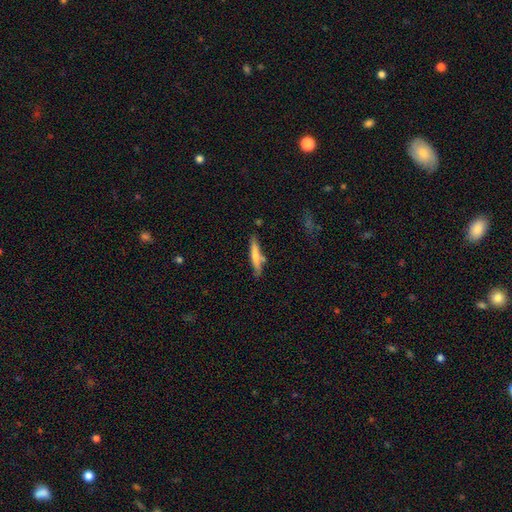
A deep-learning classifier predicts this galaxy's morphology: A smooth galaxy with no disk features (66%) that is cigar-shaped (89%). Merging: none (71%).